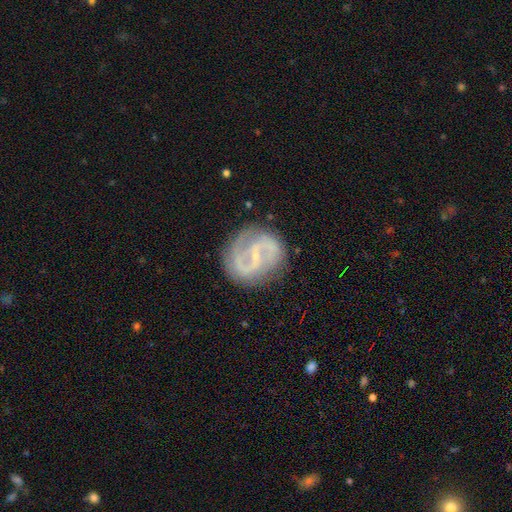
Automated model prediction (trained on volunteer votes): Smooth or featured?
  - featured or disk: 86% *
  - smooth: 8%
  - star or artifact: 6%
Edge-on disk?
  - no: 98% *
  - yes: 2%
Bar?
  - weak: 46% *
  - strong: 31%
  - no: 23%
Spiral arms?
  - yes: 95% *
  - no: 5%
Spiral winding?
  - medium: 51% *
  - tight: 26%
  - loose: 23%
Spiral arm count?
  - 2: 86% *
  - can't tell: 6%
  - 3: 3%
  - 1: 2%
  - 4: 1%
  - more than 4: 1%
Bulge size?
  - small: 73% *
  - none: 12%
  - moderate: 12%
  - large: 1%
  - dominant: 1%
Merging?
  - none: 78% *
  - minor disturbance: 14%
  - major disturbance: 6%
  - merger: 2%